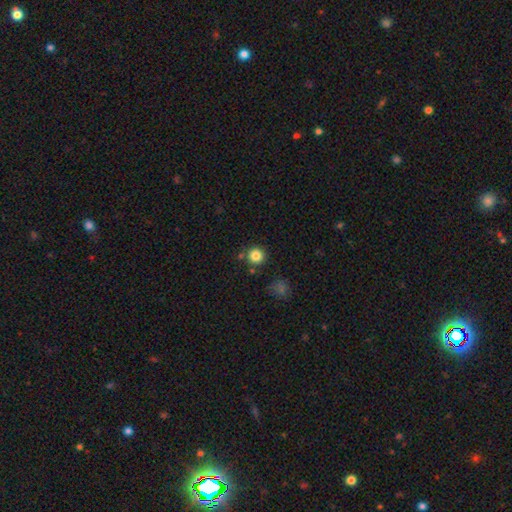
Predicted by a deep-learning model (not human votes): A smooth galaxy with no disk features (83%) that is round (94%). Merging: none (84%).